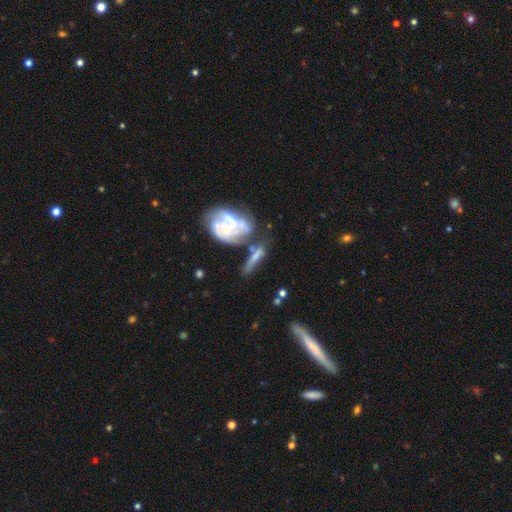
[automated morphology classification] A featured or disk galaxy (50%). Merging: merger (35%).